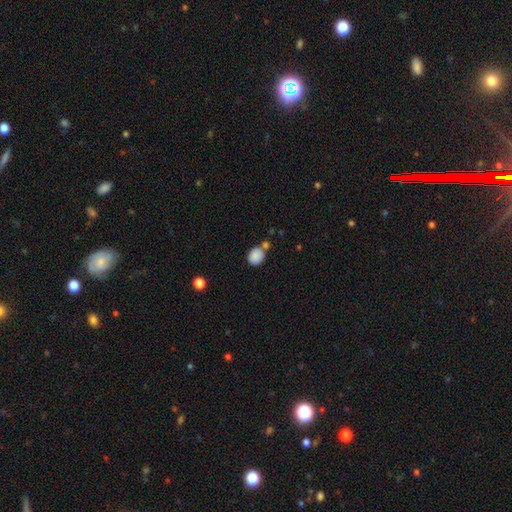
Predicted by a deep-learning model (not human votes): Overall: smooth (86%). How rounded: round (68%; in between 31%). Merging: none (60%; merger 23%).